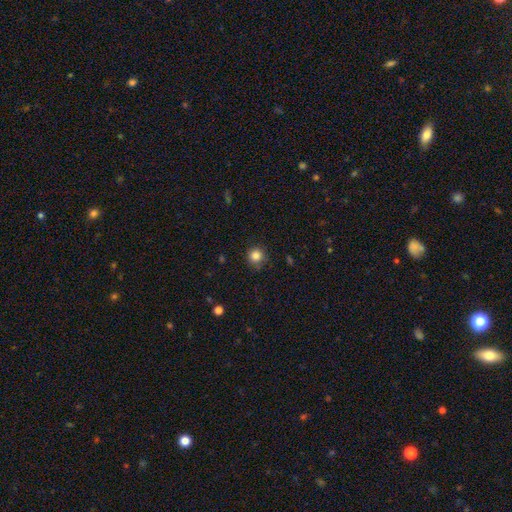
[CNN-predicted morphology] A smooth galaxy with no disk features (84%) that is round (93%).

Vote fractions:
- Smooth or featured? smooth: 84% / star or artifact: 12% / featured or disk: 5%
- How rounded? round: 93% / in between: 6% / cigar-shaped: 1%
- Merging? none: 82% / minor disturbance: 13% / major disturbance: 3% / merger: 1%